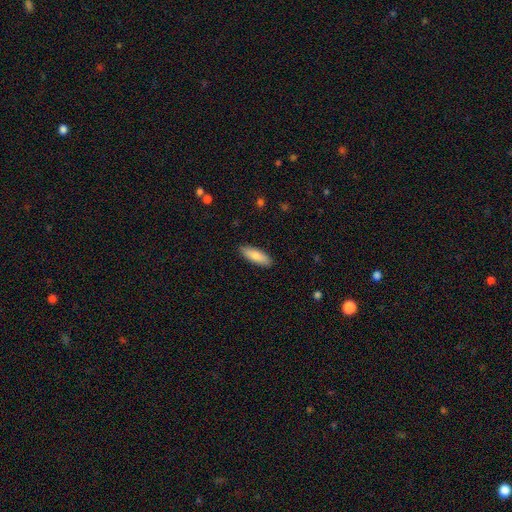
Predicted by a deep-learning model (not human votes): smooth-or-featured: smooth: 82% | featured or disk: 13% | star or artifact: 6%
  how-rounded: in between: 59% | cigar-shaped: 39% | round: 2%
  merging: none: 89% | minor disturbance: 8% | major disturbance: 2% | merger: 1%